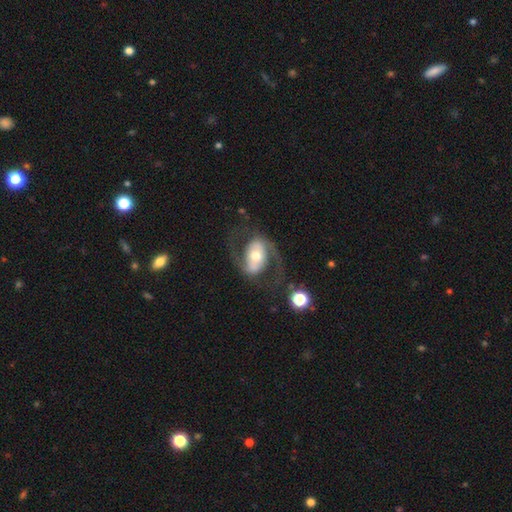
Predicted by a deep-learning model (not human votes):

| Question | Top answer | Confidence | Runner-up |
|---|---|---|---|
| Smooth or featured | featured or disk | 76% | smooth (18%) |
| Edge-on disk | no | 96% | yes (4%) |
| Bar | no | 38% | strong (31%) |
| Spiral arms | yes | 81% | no (19%) |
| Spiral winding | medium | 50% | loose (35%) |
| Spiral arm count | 2 | 89% | can't tell (5%) |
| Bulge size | moderate | 67% | small (16%) |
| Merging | none | 65% | major disturbance (18%) |